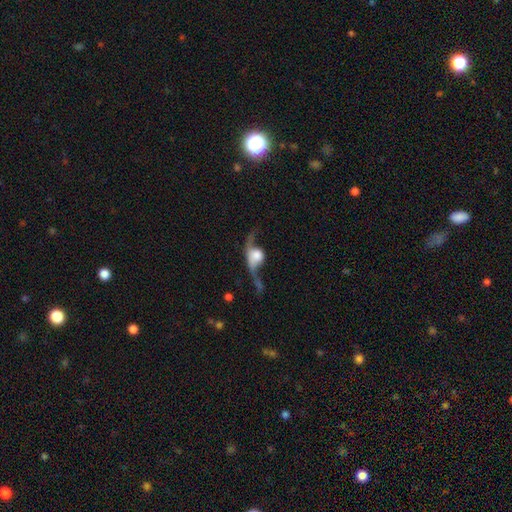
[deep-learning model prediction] Q: Smooth or featured?
A: featured or disk (63%); runner-up: smooth (29%)
Q: Edge-on disk?
A: no (61%); runner-up: yes (39%)
Q: Merging?
A: major disturbance (40%); runner-up: none (29%)